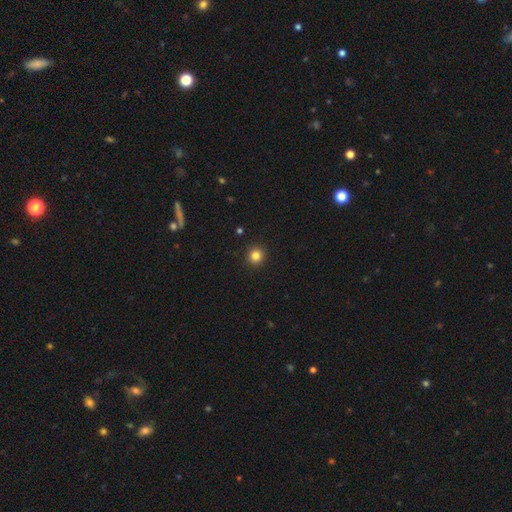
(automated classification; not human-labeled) This appears to be a smooth galaxy with no disk features (83%) that is round (93%). Merging: none (93%).